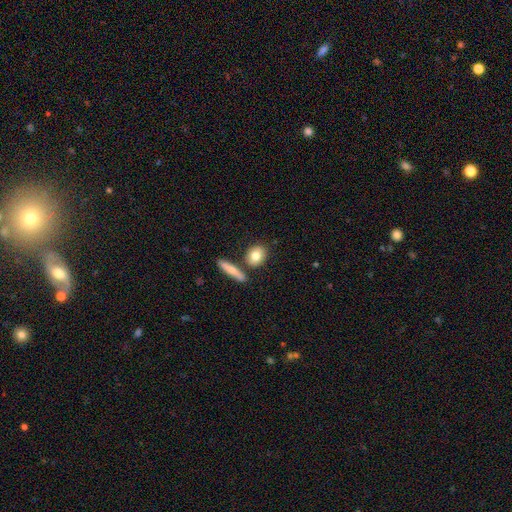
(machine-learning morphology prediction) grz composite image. It shows a smooth galaxy with no disk features (79%) that is in between round and cigar-shaped (49%). Merging: none (73%).